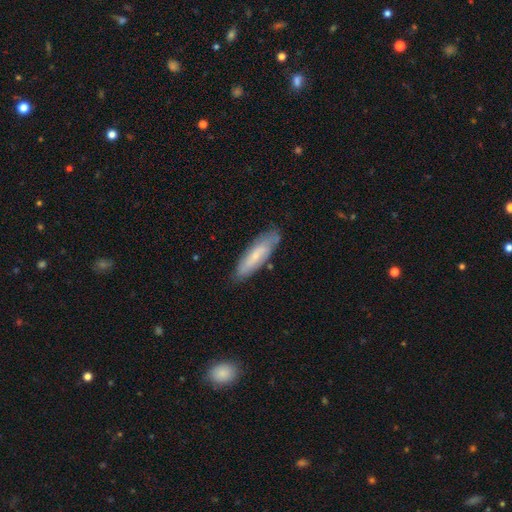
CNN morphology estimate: Overall: smooth (58%; featured or disk 36%). How rounded: cigar-shaped (65%; in between 34%). Merging: none (79%).